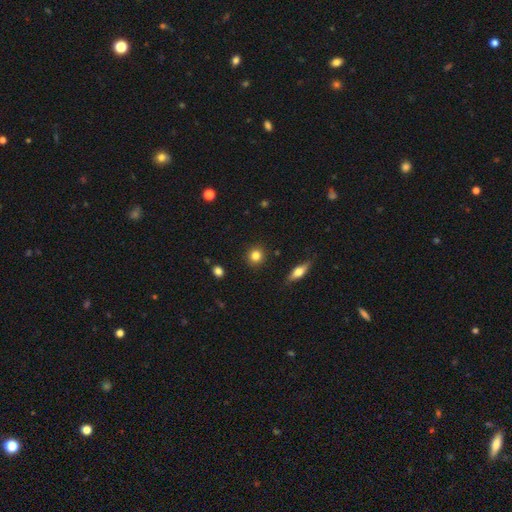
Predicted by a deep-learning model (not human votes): Smooth or featured? smooth (84%)
How rounded? round (89%)
Merging? none (91%)